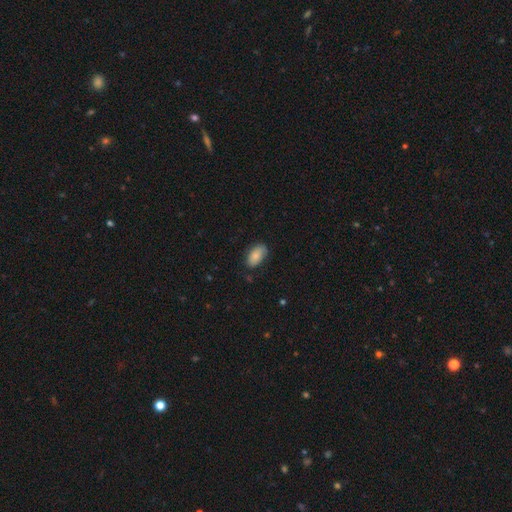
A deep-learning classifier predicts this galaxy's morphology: Overall: smooth (83%). How rounded: in between (94%). Merging: none (78%).